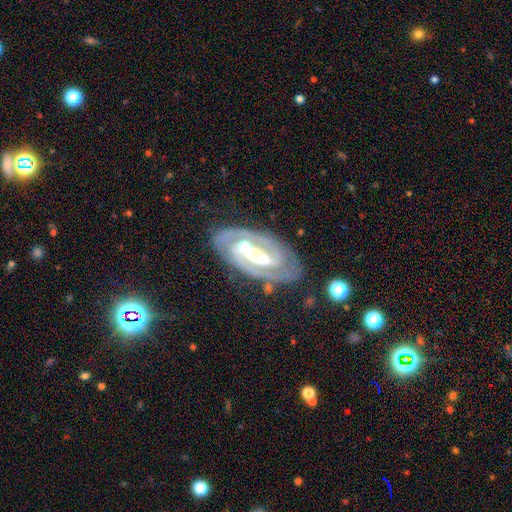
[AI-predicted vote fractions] Smooth or featured?
  - featured or disk: 88% *
  - smooth: 7%
  - star or artifact: 5%
Edge-on disk?
  - no: 94% *
  - yes: 6%
Bar?
  - strong: 58% *
  - weak: 27%
  - no: 14%
Spiral arms?
  - yes: 93% *
  - no: 7%
Spiral winding?
  - tight: 56% *
  - medium: 36%
  - loose: 8%
Spiral arm count?
  - 2: 81% *
  - can't tell: 8%
  - 3: 5%
  - 1: 4%
  - 4: 1%
  - more than 4: 1%
Bulge size?
  - moderate: 58% *
  - small: 28%
  - large: 10%
  - none: 2%
  - dominant: 2%
Merging?
  - none: 69% *
  - minor disturbance: 17%
  - merger: 7%
  - major disturbance: 7%